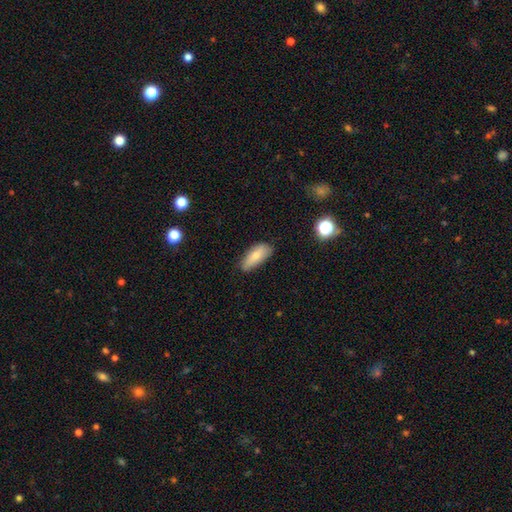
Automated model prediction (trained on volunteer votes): This is likely a smooth galaxy (77%). How rounded: likely in between (75%). Merging: likely none (73%).